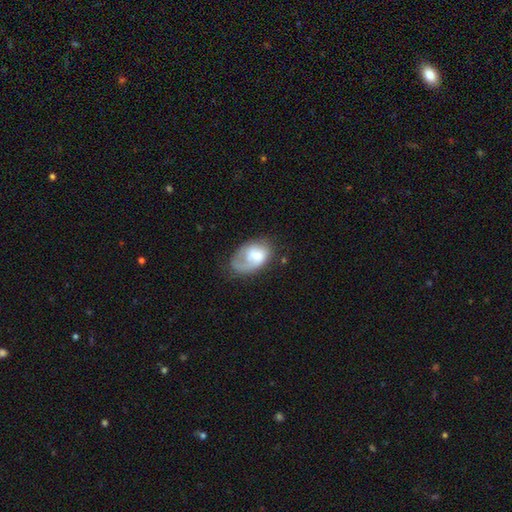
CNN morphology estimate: type=smooth (53%); roundness=in between (87%); merging=none (39%).